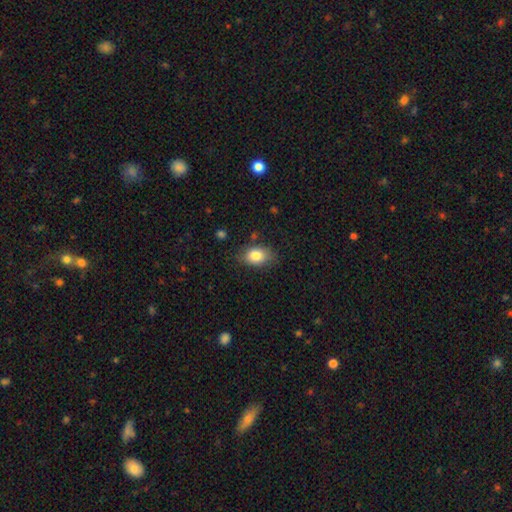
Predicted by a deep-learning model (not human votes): Smooth or featured: smooth — 82% (featured or disk — 9%)
How rounded: in between — 82% (round — 17%)
Merging: none — 78% (minor disturbance — 16%)